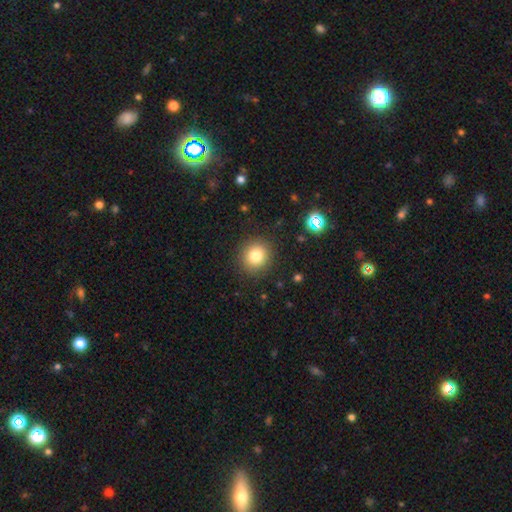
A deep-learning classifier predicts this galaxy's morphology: A smooth galaxy with no disk features (80%) that is round (87%).

Vote fractions:
- Smooth or featured? smooth: 80% / star or artifact: 13% / featured or disk: 8%
- How rounded? round: 87% / in between: 12% / cigar-shaped: 1%
- Merging? none: 89% / minor disturbance: 7% / major disturbance: 3% / merger: 1%